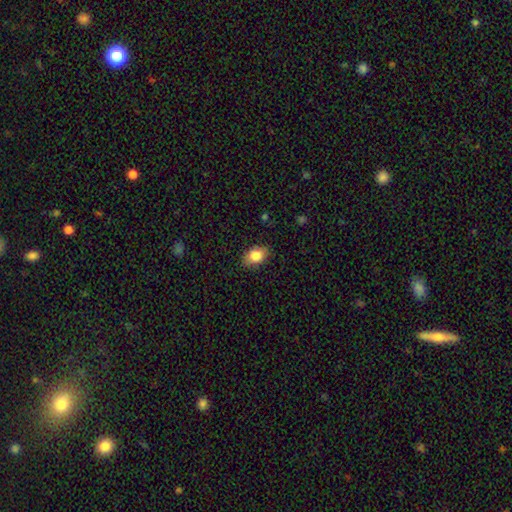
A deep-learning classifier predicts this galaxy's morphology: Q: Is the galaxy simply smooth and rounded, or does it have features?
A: smooth — 82%.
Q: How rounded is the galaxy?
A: in between — 83%.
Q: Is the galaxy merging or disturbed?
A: none — 84%.